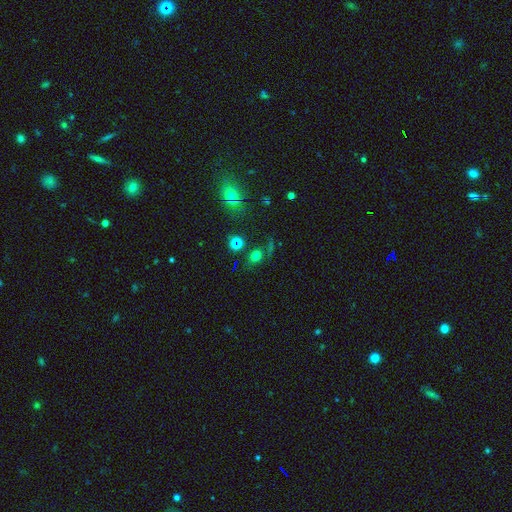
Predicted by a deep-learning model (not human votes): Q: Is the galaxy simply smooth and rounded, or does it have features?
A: smooth — 58%.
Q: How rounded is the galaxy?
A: round — 63%.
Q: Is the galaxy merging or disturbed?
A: none — 66%.